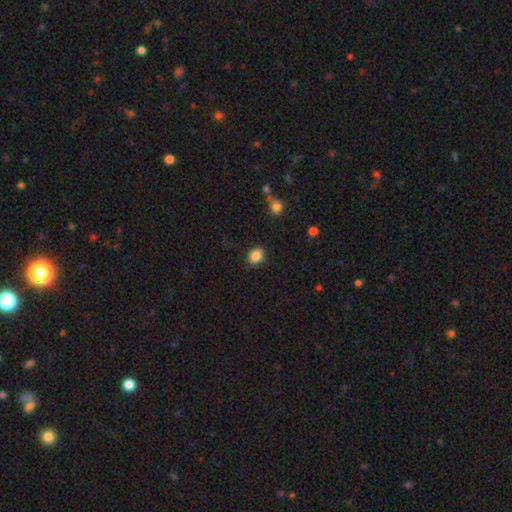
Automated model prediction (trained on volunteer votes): A smooth galaxy with no disk features (87%) that is in between round and cigar-shaped (65%). Merging: none (86%).